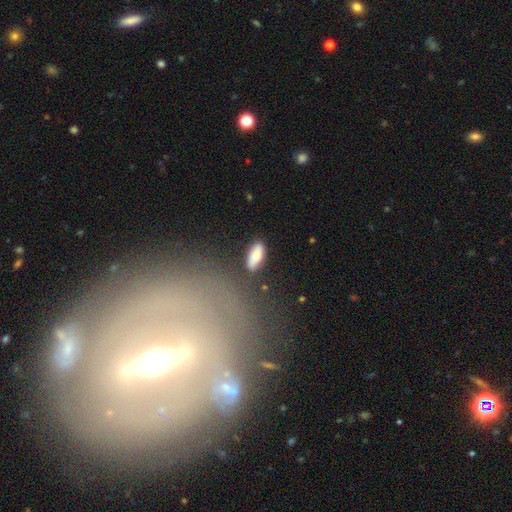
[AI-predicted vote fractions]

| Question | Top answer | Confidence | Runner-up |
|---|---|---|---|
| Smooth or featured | smooth | 80% | featured or disk (13%) |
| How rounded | in between | 77% | cigar-shaped (21%) |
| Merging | none | 79% | minor disturbance (14%) |